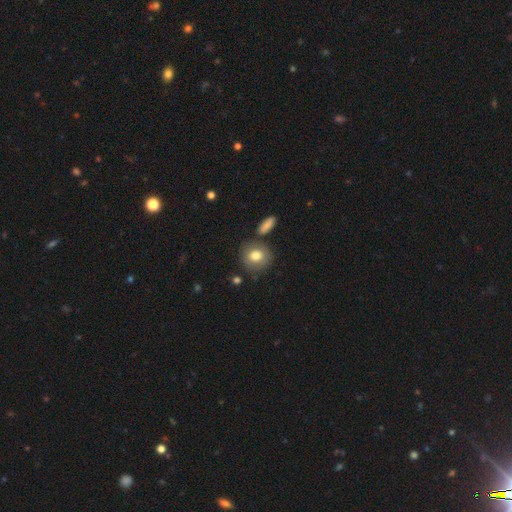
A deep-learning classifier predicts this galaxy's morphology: A smooth galaxy with no disk features (77%) that is round (77%). Merging: none (76%).